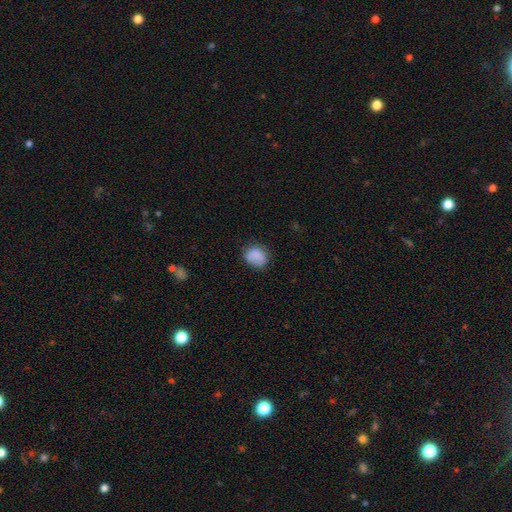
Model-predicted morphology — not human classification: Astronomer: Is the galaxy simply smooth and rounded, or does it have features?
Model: smooth — 85%.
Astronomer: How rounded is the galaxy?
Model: round — 57% (runner-up: in between, 42%).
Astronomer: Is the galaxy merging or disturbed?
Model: none — 72%.